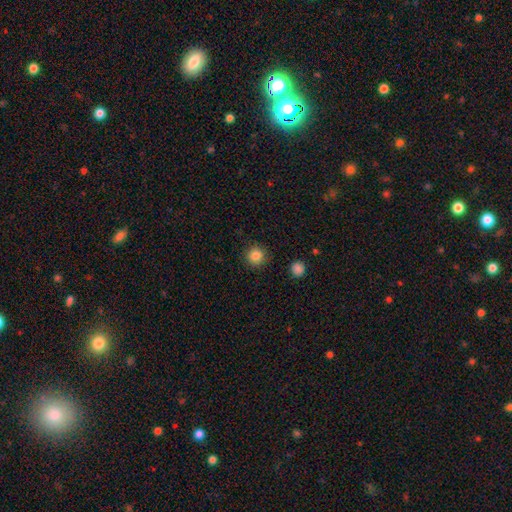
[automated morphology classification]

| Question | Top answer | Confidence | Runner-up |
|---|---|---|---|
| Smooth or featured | smooth | 85% | star or artifact (11%) |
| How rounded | round | 95% | in between (4%) |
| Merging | none | 91% | minor disturbance (5%) |